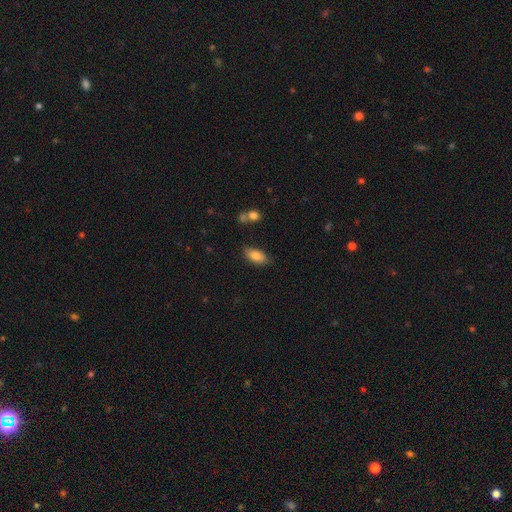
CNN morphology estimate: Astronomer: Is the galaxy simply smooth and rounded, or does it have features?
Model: smooth — 82%.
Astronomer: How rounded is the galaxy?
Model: in between — 89%.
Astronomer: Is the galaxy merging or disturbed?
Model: none — 79%.